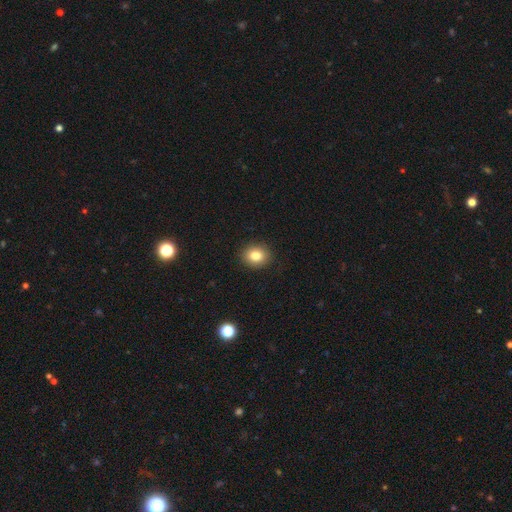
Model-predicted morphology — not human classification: The model was most divided on "how rounded": round: 63%, in between: 37%, cigar-shaped: 1%. More confident: merging — none (90%); smooth or featured — smooth (83%).